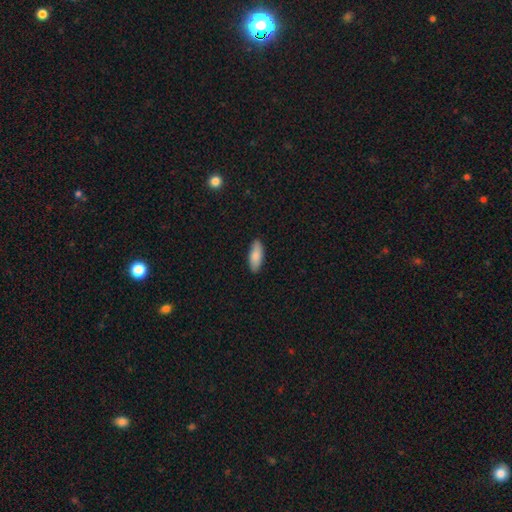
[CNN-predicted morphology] smooth_or_featured: smooth (p=0.87) [alt: featured or disk p=0.08]
how_rounded: in between (p=0.76) [alt: cigar-shaped p=0.22]
merging: none (p=0.90) [alt: minor disturbance p=0.08]